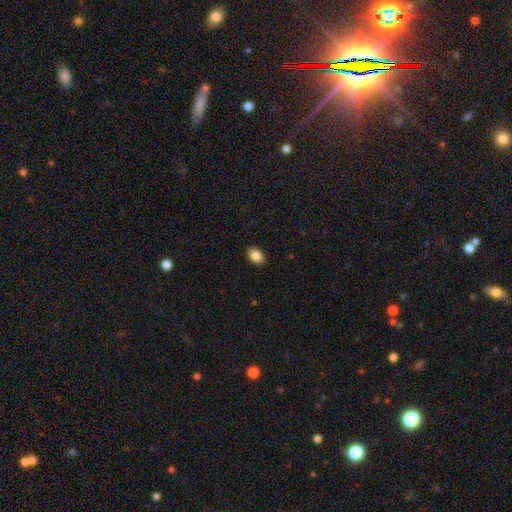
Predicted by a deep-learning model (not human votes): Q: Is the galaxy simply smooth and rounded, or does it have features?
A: smooth — 87%.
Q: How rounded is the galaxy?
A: in between — 85%.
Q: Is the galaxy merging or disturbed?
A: none — 89%.